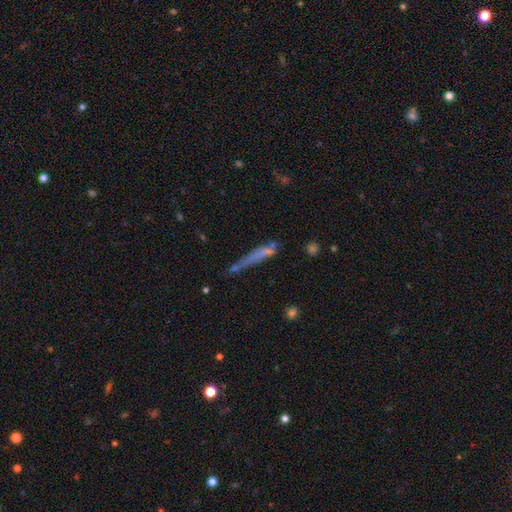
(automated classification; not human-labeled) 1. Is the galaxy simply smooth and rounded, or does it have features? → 53% smooth, 32% featured or disk, 15% star or artifact.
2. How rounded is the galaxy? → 92% cigar-shaped, 6% in between, 3% round.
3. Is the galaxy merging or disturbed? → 60% none, 21% minor disturbance, 11% major disturbance, 8% merger.